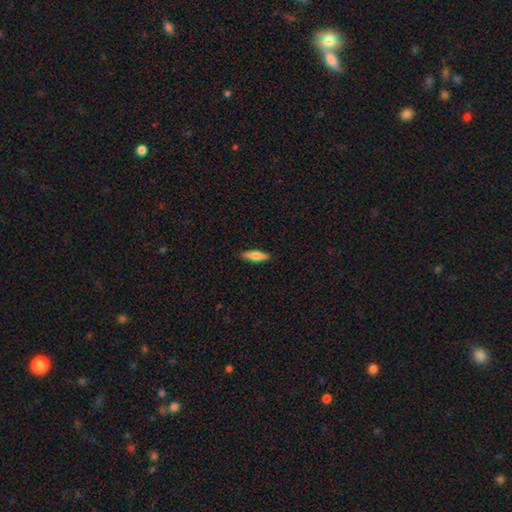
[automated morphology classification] Smooth or featured: smooth — 63% (featured or disk — 31%)
How rounded: cigar-shaped — 60% (in between — 38%)
Merging: none — 90% (minor disturbance — 8%)